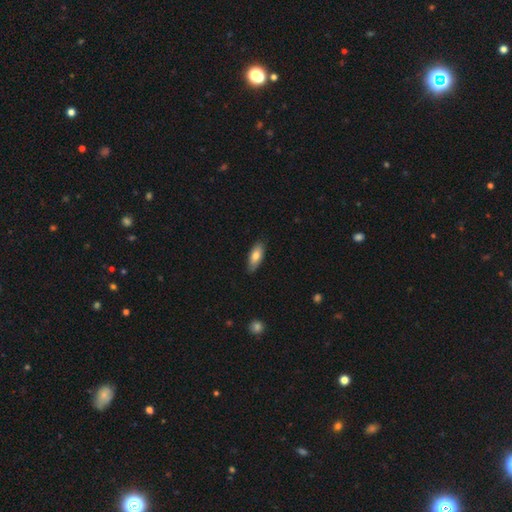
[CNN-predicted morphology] Smooth or featured?
  - smooth: 76% *
  - featured or disk: 18%
  - star or artifact: 6%
How rounded?
  - in between: 78% *
  - cigar-shaped: 20%
  - round: 2%
Merging?
  - none: 83% *
  - minor disturbance: 14%
  - major disturbance: 2%
  - merger: 1%